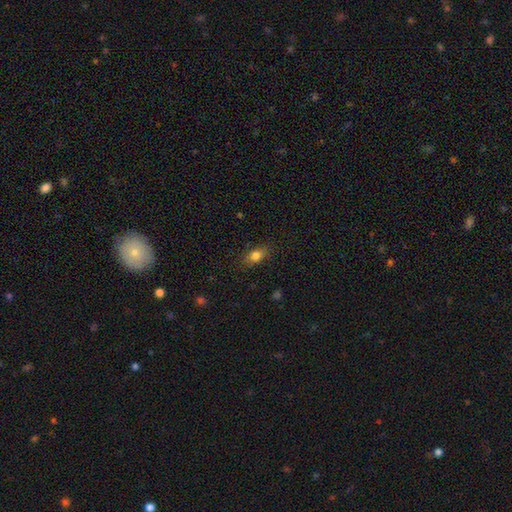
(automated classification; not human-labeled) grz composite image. It shows a smooth galaxy with no disk features (81%) that is in between round and cigar-shaped (78%). Merging: none (82%).